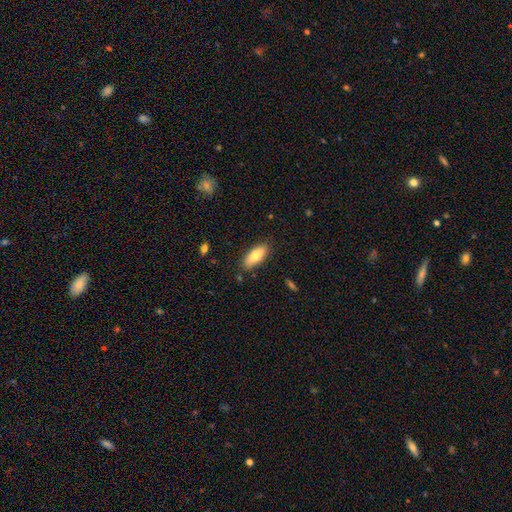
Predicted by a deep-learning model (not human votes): Smooth or featured: smooth — 78% (featured or disk — 16%)
How rounded: in between — 79% (cigar-shaped — 19%)
Merging: none — 84% (minor disturbance — 12%)